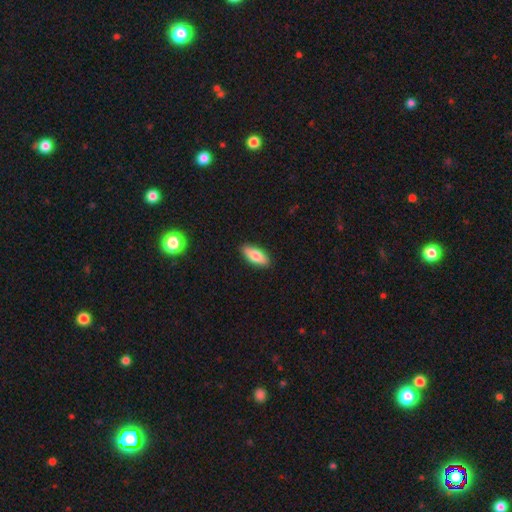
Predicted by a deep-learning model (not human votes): This appears to be a smooth galaxy with no disk features (78%) that is in between round and cigar-shaped (78%). Merging: none (89%).